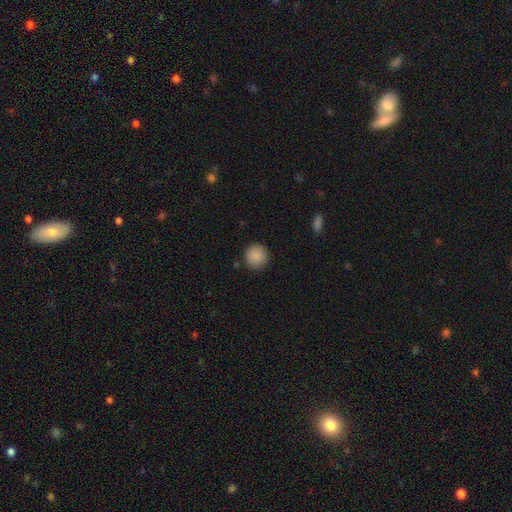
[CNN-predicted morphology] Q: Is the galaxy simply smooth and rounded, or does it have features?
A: smooth — 89%.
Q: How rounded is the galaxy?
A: round — 94%.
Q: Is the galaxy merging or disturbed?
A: none — 90%.